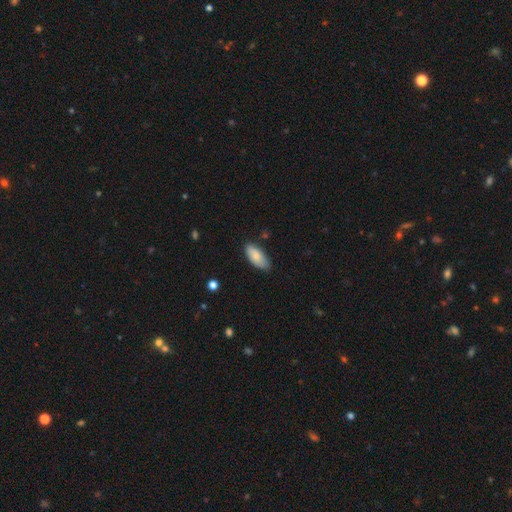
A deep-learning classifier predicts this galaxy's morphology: Smooth or featured: smooth — 84% (featured or disk — 10%)
How rounded: in between — 89% (cigar-shaped — 10%)
Merging: none — 76% (minor disturbance — 19%)